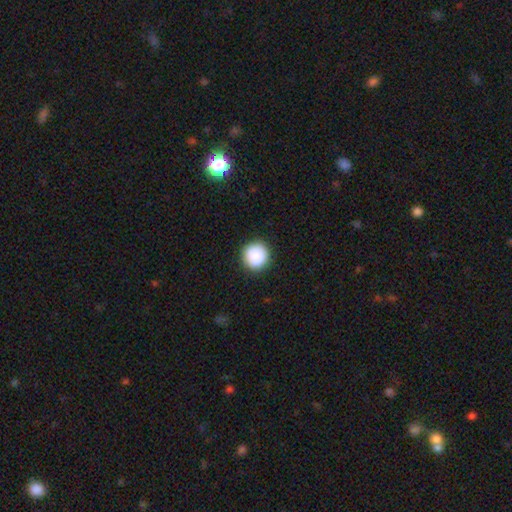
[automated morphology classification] Smooth or featured? smooth (89%)
How rounded? round (95%)
Merging? none (91%)